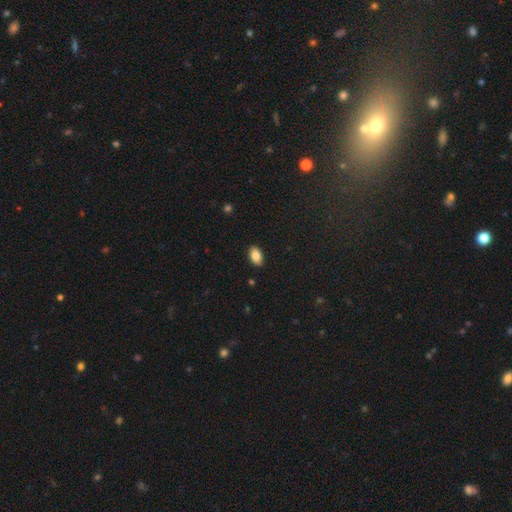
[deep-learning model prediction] smooth-or-featured: smooth: 85% | star or artifact: 8% | featured or disk: 7%
  how-rounded: in between: 91% | round: 7% | cigar-shaped: 2%
  merging: none: 89% | minor disturbance: 8% | major disturbance: 2% | merger: 1%